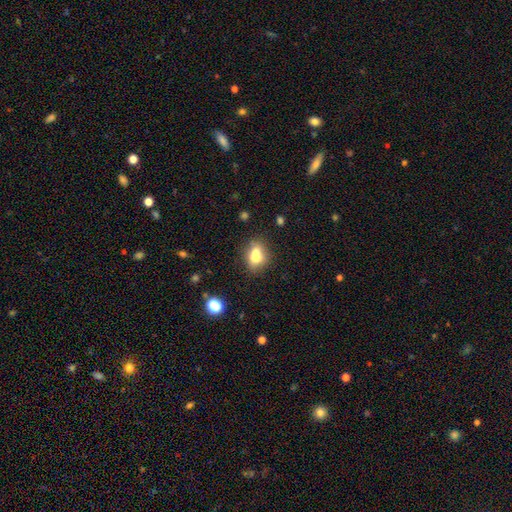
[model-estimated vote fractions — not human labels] This appears to be a smooth galaxy with no disk features (71%) that is in between round and cigar-shaped (58%). Merging: none (47%).